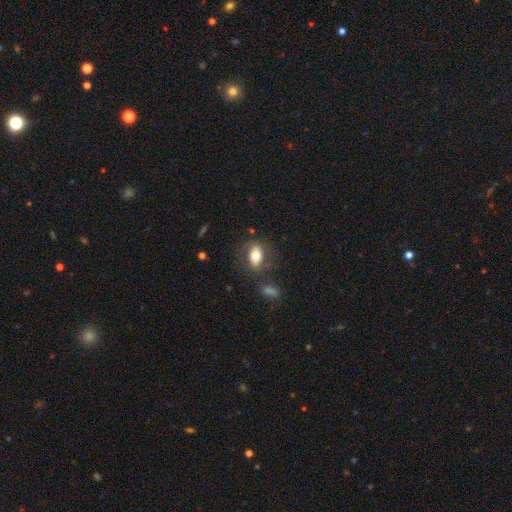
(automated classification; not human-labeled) The model was most divided on "smooth or featured": smooth: 66%, featured or disk: 27%, star or artifact: 8%. More confident: how rounded — in between (83%); merging — none (68%).